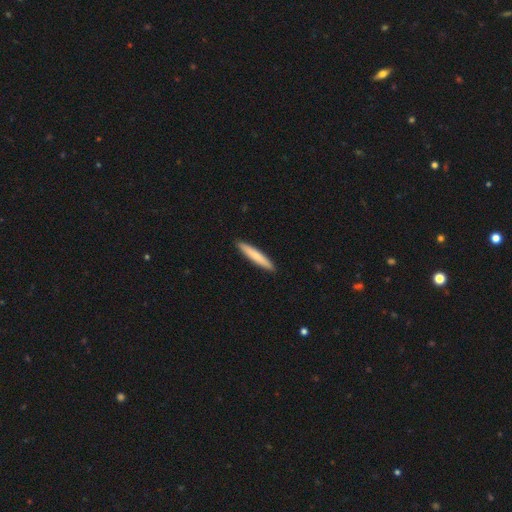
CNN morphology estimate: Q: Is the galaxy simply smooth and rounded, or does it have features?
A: smooth — 76%.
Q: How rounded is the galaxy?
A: cigar-shaped — 93%.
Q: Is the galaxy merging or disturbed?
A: none — 92%.